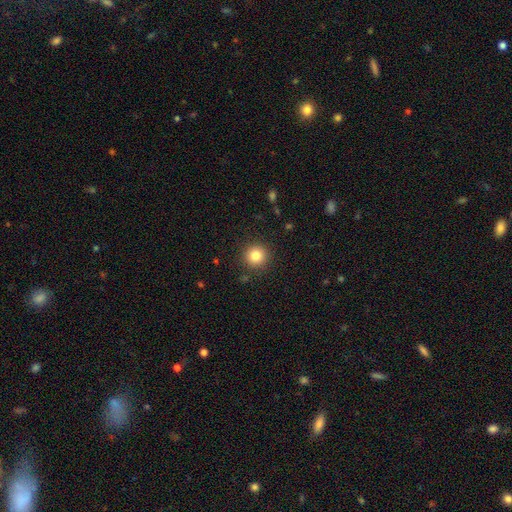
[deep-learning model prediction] Overall: smooth (82%). How rounded: round (95%). Merging: none (90%).